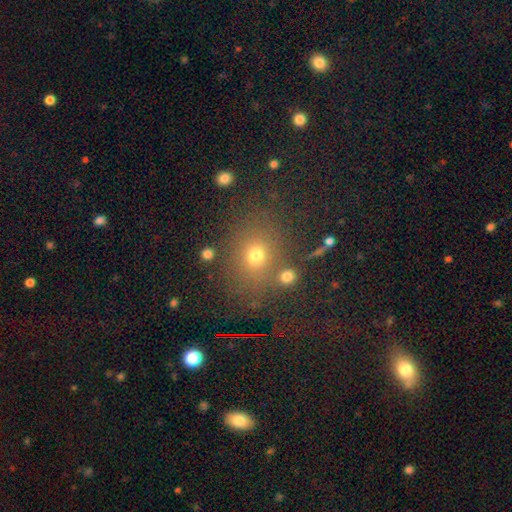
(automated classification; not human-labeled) Smooth or featured?
  - smooth: 66% *
  - star or artifact: 23%
  - featured or disk: 11%
How rounded?
  - round: 62% *
  - in between: 36%
  - cigar-shaped: 2%
Merging?
  - none: 75% *
  - minor disturbance: 11%
  - merger: 9%
  - major disturbance: 6%